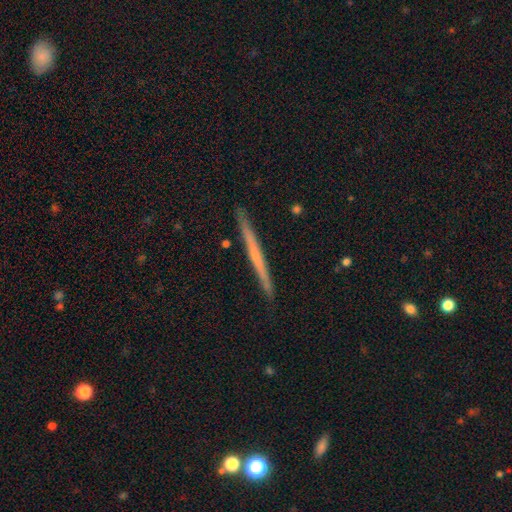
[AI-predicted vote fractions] Morphology: type=featured or disk (53%); edge-on=yes (98%); edge-on bulge=none (86%); merging=none (92%).